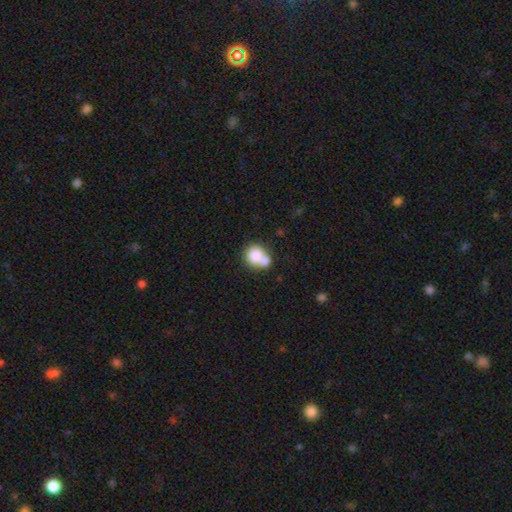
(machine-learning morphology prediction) The model was most divided on "merging": merger: 47%, none: 40%, minor disturbance: 9%, major disturbance: 4%. More confident: how rounded — round (82%); smooth or featured — smooth (78%).